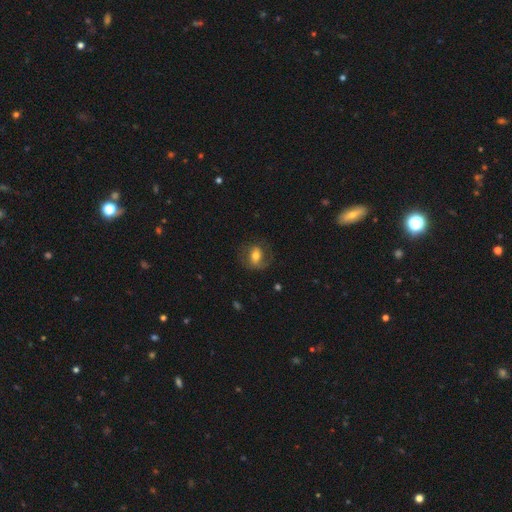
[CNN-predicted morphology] type=smooth (49%); merging=none (65%).